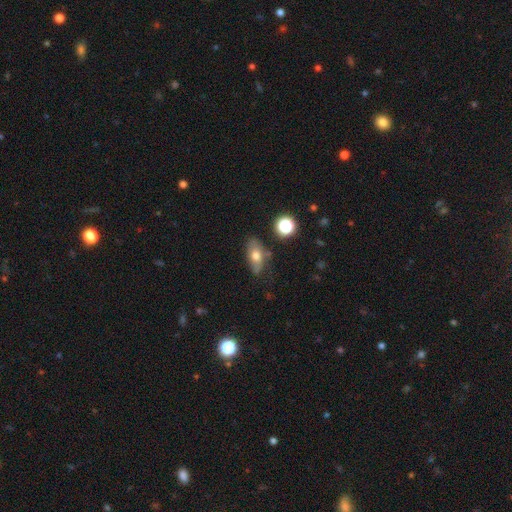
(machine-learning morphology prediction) This is likely a smooth galaxy (66%). How rounded: clearly in between (81%). Merging: likely none (65%).